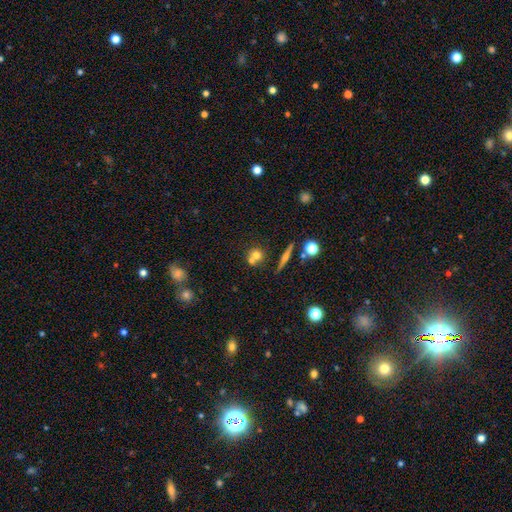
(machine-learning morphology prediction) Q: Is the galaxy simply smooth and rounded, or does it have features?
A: smooth — 65%.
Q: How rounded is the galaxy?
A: round — 82%.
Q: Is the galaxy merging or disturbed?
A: none — 47%.